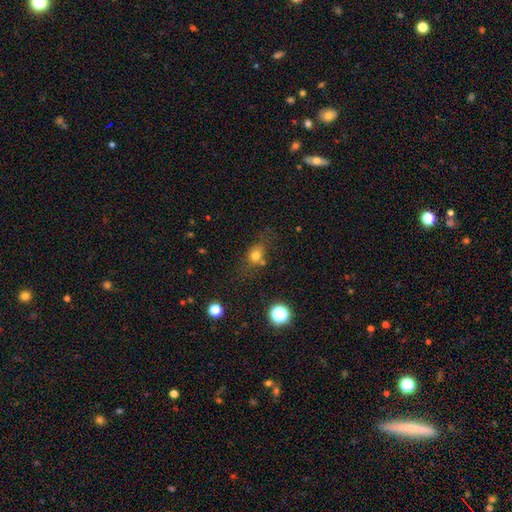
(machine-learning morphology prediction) Smooth or featured? Predicted: smooth (p=0.74). How rounded? Predicted: round (p=0.55). Merging? Predicted: none (p=0.62).